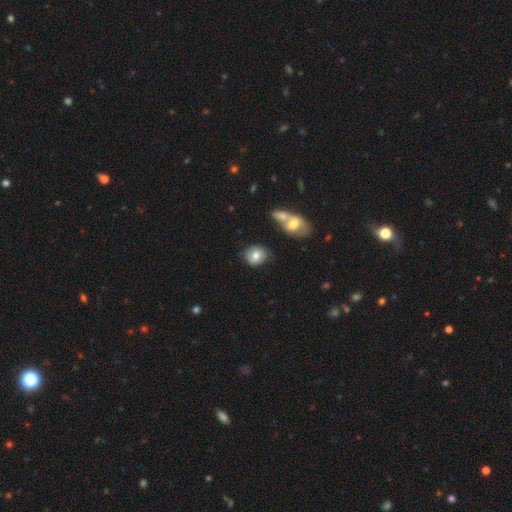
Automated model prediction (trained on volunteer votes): The model was most divided on "how rounded": round: 71%, in between: 28%, cigar-shaped: 1%. More confident: merging — none (73%); smooth or featured — smooth (72%).